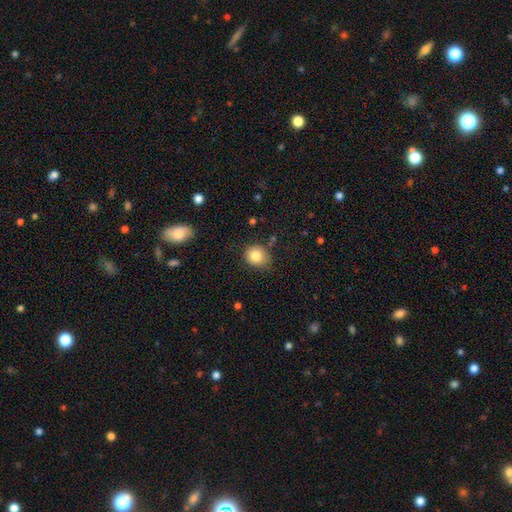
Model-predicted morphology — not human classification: Smooth or featured: smooth — 83% (star or artifact — 10%)
How rounded: round — 73% (in between — 27%)
Merging: none — 71% (minor disturbance — 21%)